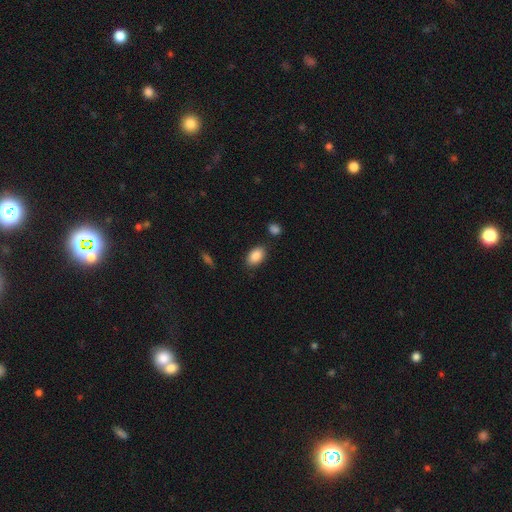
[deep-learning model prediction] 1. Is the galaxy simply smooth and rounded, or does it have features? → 87% smooth, 7% star or artifact, 5% featured or disk.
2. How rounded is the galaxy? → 91% in between, 8% round, 1% cigar-shaped.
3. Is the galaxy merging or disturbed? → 83% none, 11% minor disturbance, 3% merger, 3% major disturbance.